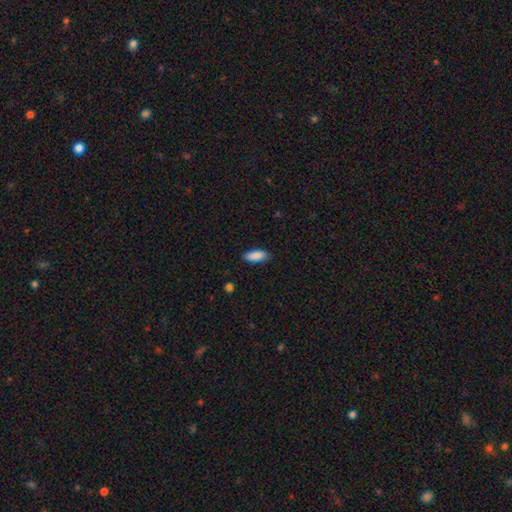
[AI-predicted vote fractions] Smooth or featured?
  - smooth: 89% *
  - star or artifact: 6%
  - featured or disk: 4%
How rounded?
  - in between: 75% *
  - cigar-shaped: 23%
  - round: 2%
Merging?
  - none: 86% *
  - minor disturbance: 10%
  - major disturbance: 2%
  - merger: 1%